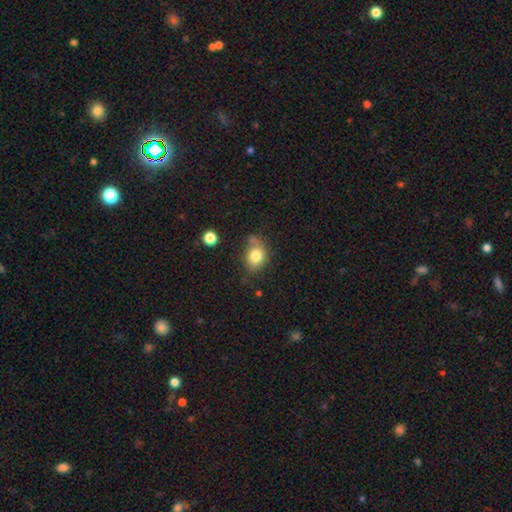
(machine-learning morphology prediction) type=smooth (79%); roundness=in between (53%); merging=none (56%).